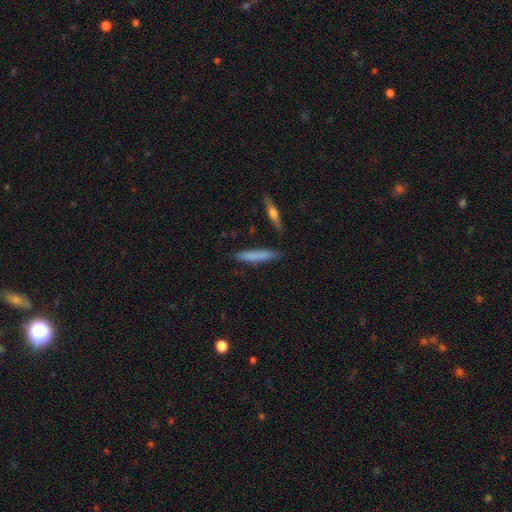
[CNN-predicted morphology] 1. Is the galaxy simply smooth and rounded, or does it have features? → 73% smooth, 21% featured or disk, 6% star or artifact.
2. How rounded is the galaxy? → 91% cigar-shaped, 7% in between, 2% round.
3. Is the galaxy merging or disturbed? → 85% none, 10% minor disturbance, 3% merger, 2% major disturbance.